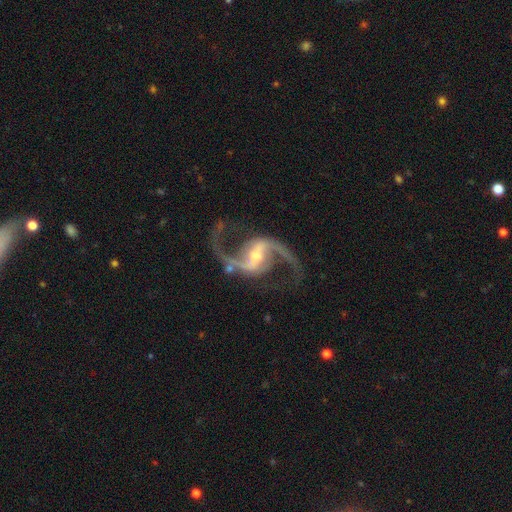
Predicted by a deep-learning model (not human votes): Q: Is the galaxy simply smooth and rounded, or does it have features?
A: featured or disk — 94%.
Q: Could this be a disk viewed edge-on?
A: no — 98%.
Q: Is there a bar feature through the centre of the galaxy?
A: strong — 53%.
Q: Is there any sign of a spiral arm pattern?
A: yes — 98%.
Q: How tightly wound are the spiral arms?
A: loose — 54%.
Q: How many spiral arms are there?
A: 2 — 95%.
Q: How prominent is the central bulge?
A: small — 51%.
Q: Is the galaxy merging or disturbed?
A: none — 79%.